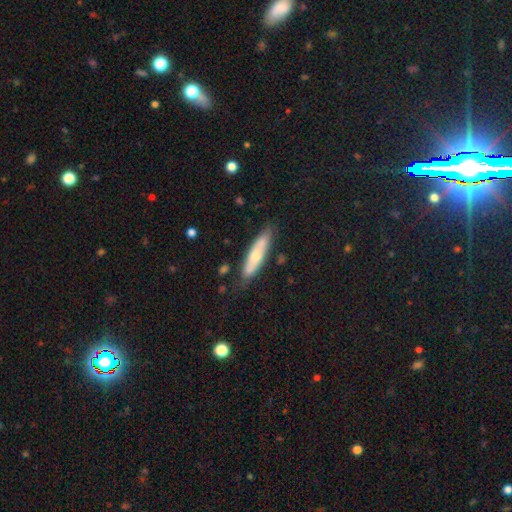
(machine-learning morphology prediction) Q: Smooth or featured?
A: smooth (54%); runner-up: featured or disk (40%)
Q: How rounded?
A: cigar-shaped (68%); runner-up: in between (30%)
Q: Merging?
A: none (77%); runner-up: minor disturbance (17%)